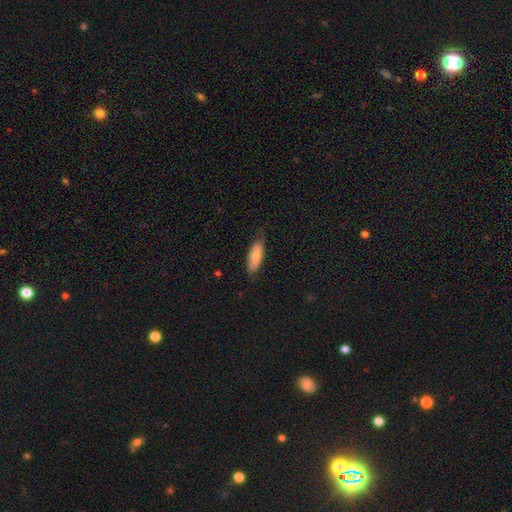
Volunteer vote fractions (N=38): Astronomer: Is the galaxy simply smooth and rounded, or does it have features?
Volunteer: smooth — 76%.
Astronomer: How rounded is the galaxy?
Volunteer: in between — 72%.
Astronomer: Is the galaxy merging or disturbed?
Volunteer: none — 83%.